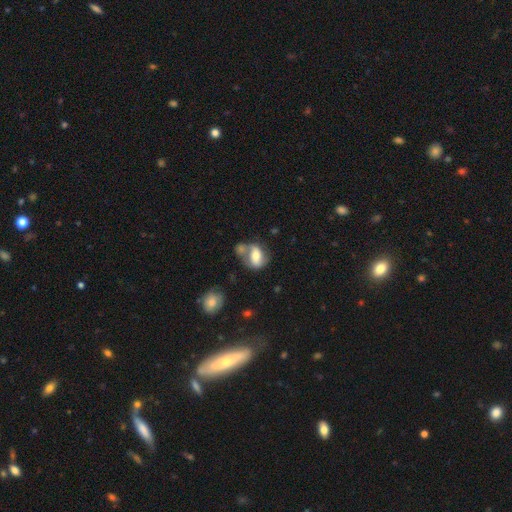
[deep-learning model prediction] A featured or disk galaxy (46%, tied with smooth).

Vote fractions:
- Smooth or featured? featured or disk: 46% (tied) / smooth: 46% (tied) / star or artifact: 8%
- Merging? none: 37% / merger: 33% / minor disturbance: 18% / major disturbance: 11%